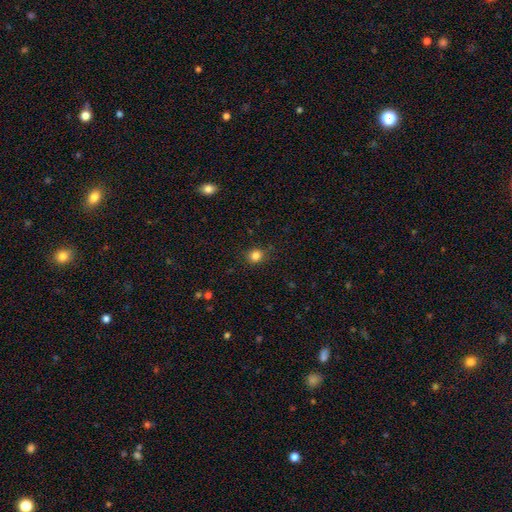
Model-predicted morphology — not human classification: Overall: smooth (83%). How rounded: round (79%). Merging: none (87%).